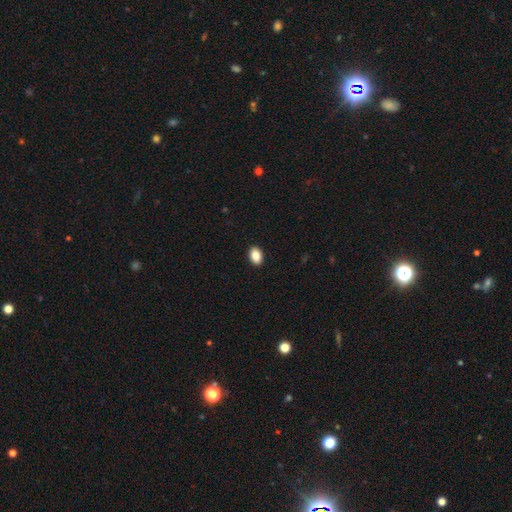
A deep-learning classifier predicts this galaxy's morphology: Smooth or featured?
  - smooth: 87% *
  - star or artifact: 8%
  - featured or disk: 5%
How rounded?
  - in between: 85% *
  - round: 14%
  - cigar-shaped: 1%
Merging?
  - none: 91% *
  - minor disturbance: 6%
  - major disturbance: 2%
  - merger: 1%